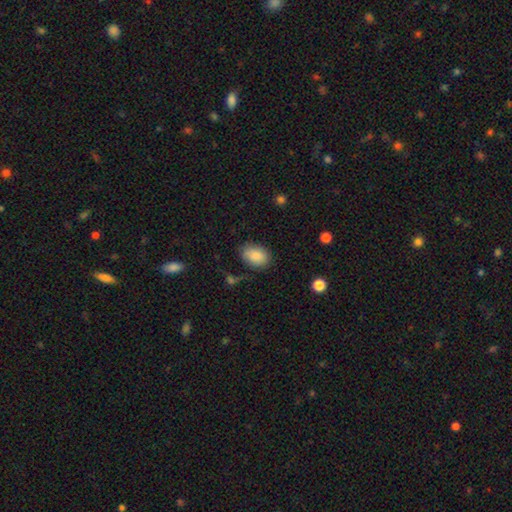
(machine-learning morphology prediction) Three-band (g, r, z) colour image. It shows a smooth galaxy with no disk features (87%) that is in between round and cigar-shaped (85%). Merging: none (75%).